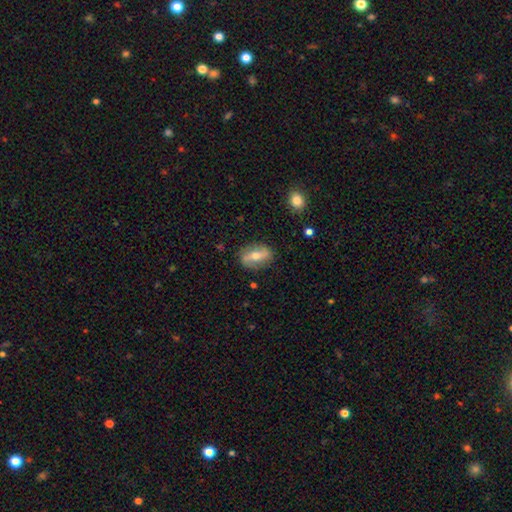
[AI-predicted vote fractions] Morphology: type=featured or disk (62%); edge-on=no (85%); bar=strong (48%); spiral arms=yes (68%); bulge=moderate (63%); merging=none (83%).